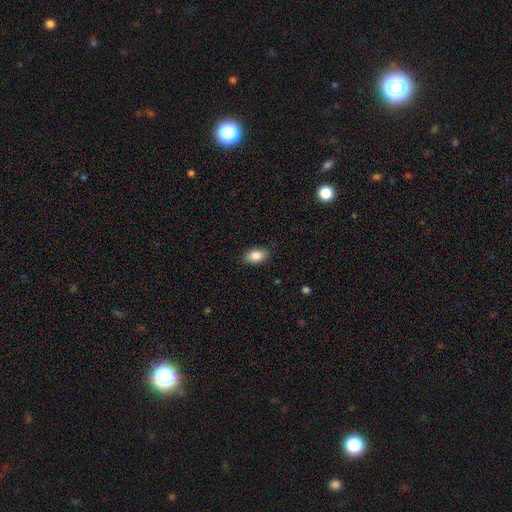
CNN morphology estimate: Q: Smooth or featured?
A: smooth (86%); runner-up: star or artifact (7%)
Q: How rounded?
A: in between (91%); runner-up: round (6%)
Q: Merging?
A: none (86%); runner-up: minor disturbance (10%)